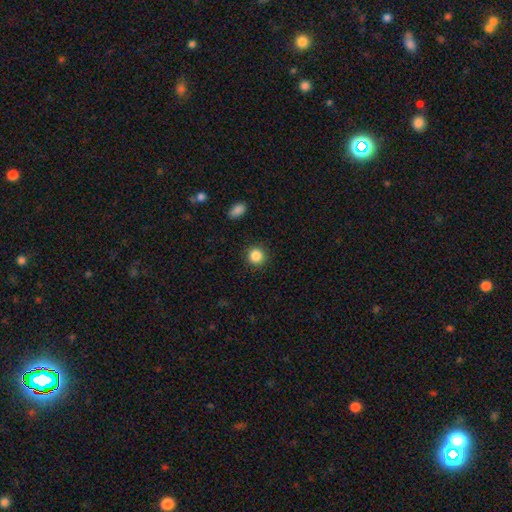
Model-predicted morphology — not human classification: Q: Smooth or featured?
A: smooth (86%); runner-up: star or artifact (10%)
Q: How rounded?
A: round (93%); runner-up: in between (6%)
Q: Merging?
A: none (91%); runner-up: minor disturbance (6%)